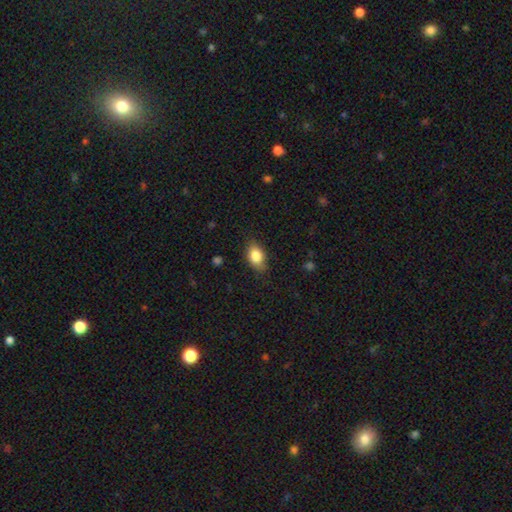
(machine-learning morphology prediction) smooth-or-featured: smooth: 83% | featured or disk: 9% | star or artifact: 8%
  how-rounded: in between: 86% | round: 12% | cigar-shaped: 2%
  merging: none: 79% | minor disturbance: 17% | major disturbance: 3% | merger: 1%